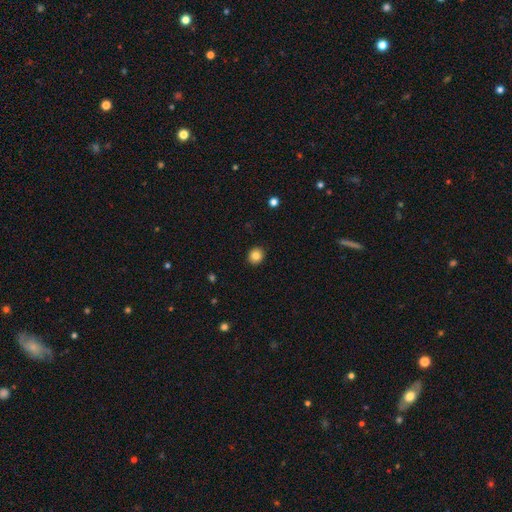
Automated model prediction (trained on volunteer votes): Q: Smooth or featured?
A: smooth (84%); runner-up: star or artifact (10%)
Q: How rounded?
A: round (83%); runner-up: in between (16%)
Q: Merging?
A: none (91%); runner-up: minor disturbance (6%)